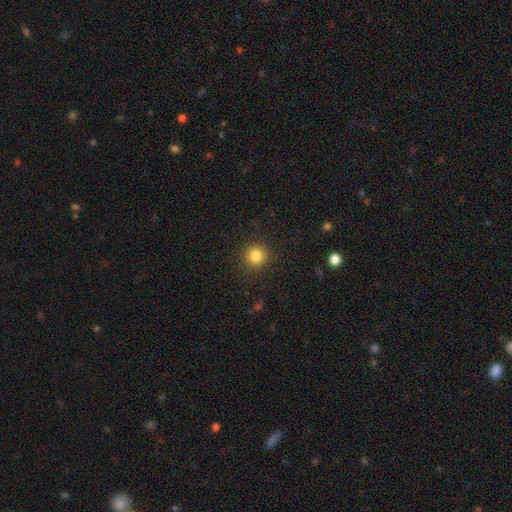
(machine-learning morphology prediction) A smooth galaxy with no disk features (84%) that is round (93%).

Vote fractions:
- Smooth or featured? smooth: 84% / star or artifact: 12% / featured or disk: 5%
- How rounded? round: 93% / in between: 6% / cigar-shaped: 1%
- Merging? none: 91% / minor disturbance: 6% / major disturbance: 2% / merger: 1%